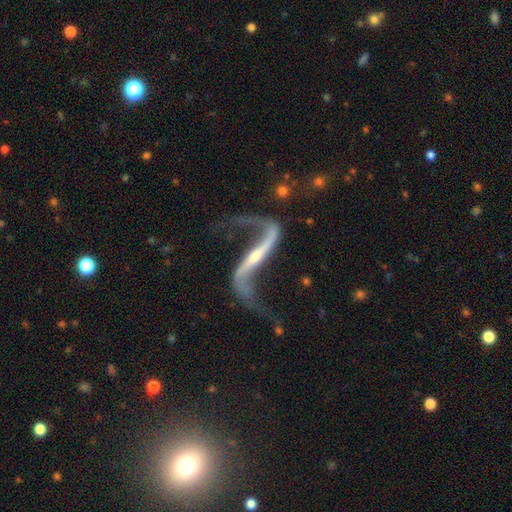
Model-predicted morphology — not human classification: Overall: featured or disk (91%). Edge-on disk: no (81%). Bar: strong (61%; weak 23%). Spiral arms: yes (96%). Spiral arm count: 2 (92%). Spiral winding: loose (93%). Bulge size: small (54%; moderate 30%). Merging: none (61%).